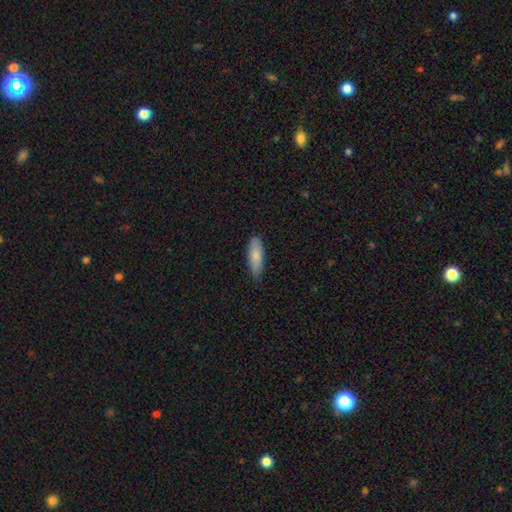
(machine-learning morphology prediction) The model was most divided on "how rounded": in between: 57%, cigar-shaped: 42%, round: 2%. More confident: smooth or featured — smooth (82%); merging — none (79%).